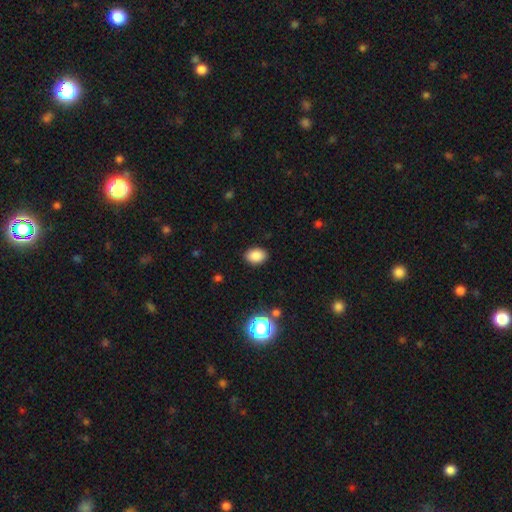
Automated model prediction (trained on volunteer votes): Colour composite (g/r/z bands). It shows a smooth galaxy with no disk features (85%) that is in between round and cigar-shaped (76%). Merging: none (88%).